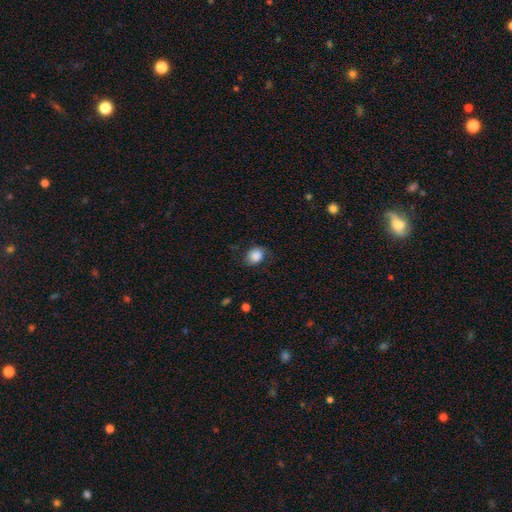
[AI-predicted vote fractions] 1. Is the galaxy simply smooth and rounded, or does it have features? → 87% smooth, 8% star or artifact, 5% featured or disk.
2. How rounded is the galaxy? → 51% round, 48% in between, 1% cigar-shaped.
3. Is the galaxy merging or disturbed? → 74% none, 19% minor disturbance, 6% major disturbance, 1% merger.